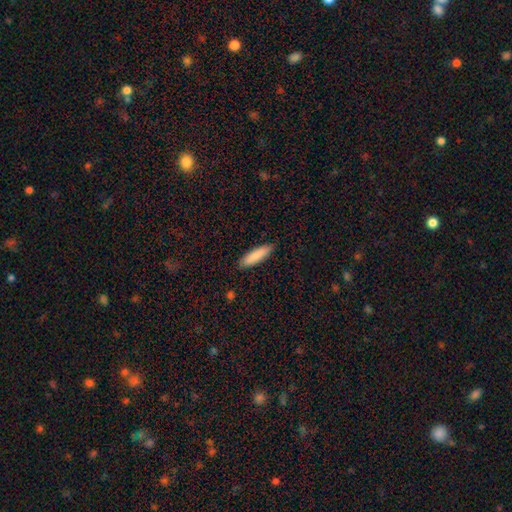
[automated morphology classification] Smooth or featured: smooth — 88% (featured or disk — 7%)
How rounded: cigar-shaped — 69% (in between — 30%)
Merging: none — 89% (minor disturbance — 8%)